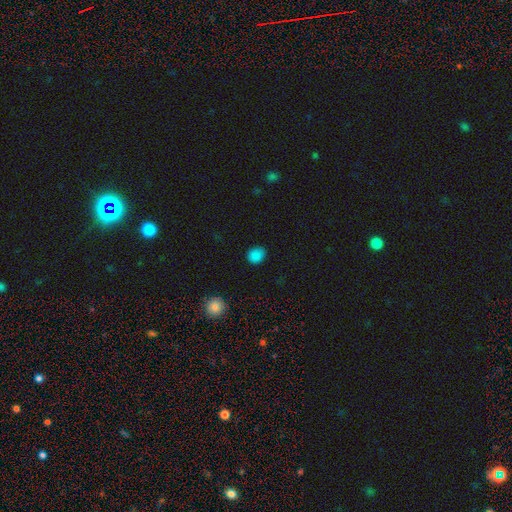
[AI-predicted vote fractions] smooth-or-featured: smooth: 84% | star or artifact: 12% | featured or disk: 3%
  how-rounded: round: 70% | in between: 29% | cigar-shaped: 1%
  merging: none: 86% | minor disturbance: 11% | major disturbance: 2% | merger: 1%